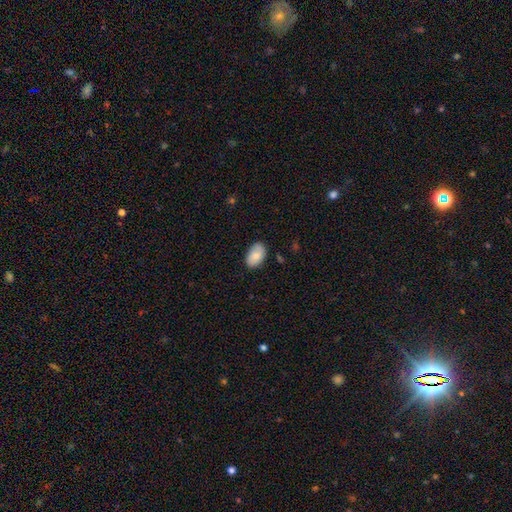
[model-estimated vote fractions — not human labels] Morphology: type=smooth (80%); roundness=in between (92%); merging=none (79%).